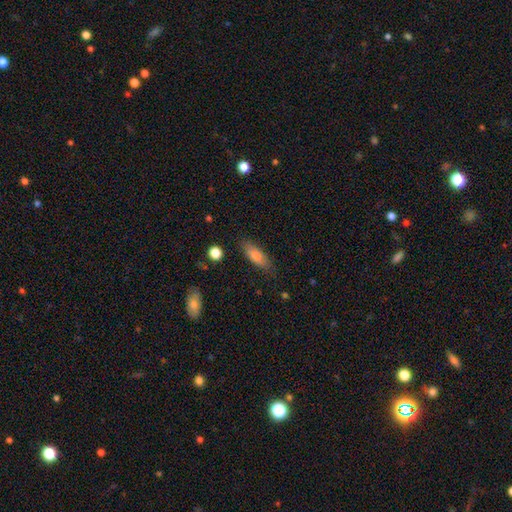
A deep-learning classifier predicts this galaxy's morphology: A smooth galaxy with no disk features (75%) that is in between round and cigar-shaped (65%).

Vote fractions:
- Smooth or featured? smooth: 75% / featured or disk: 17% / star or artifact: 7%
- How rounded? in between: 65% / cigar-shaped: 33% / round: 3%
- Merging? none: 83% / minor disturbance: 13% / major disturbance: 3% / merger: 2%